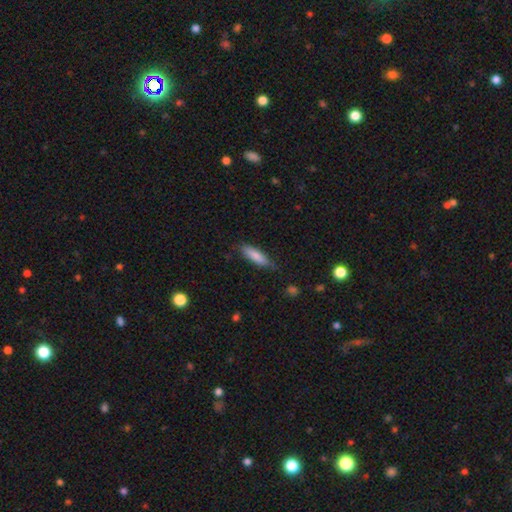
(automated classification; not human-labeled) smooth_or_featured: smooth (p=0.80) [alt: featured or disk p=0.14]
how_rounded: cigar-shaped (p=0.62) [alt: in between p=0.37]
merging: none (p=0.75) [alt: minor disturbance p=0.20]